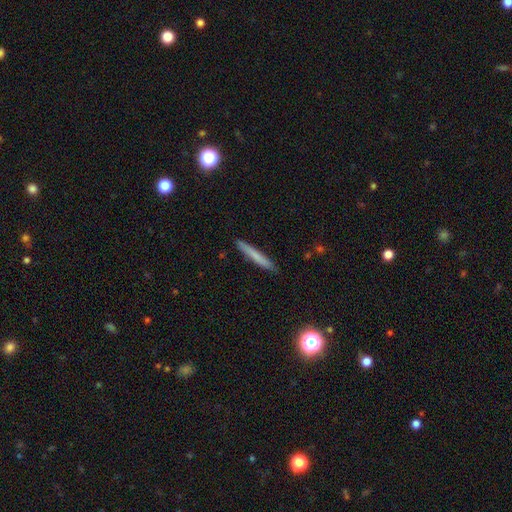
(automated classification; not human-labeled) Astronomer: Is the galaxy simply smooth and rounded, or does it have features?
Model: smooth — 69%.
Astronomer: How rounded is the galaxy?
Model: cigar-shaped — 96%.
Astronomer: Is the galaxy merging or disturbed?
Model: none — 89%.